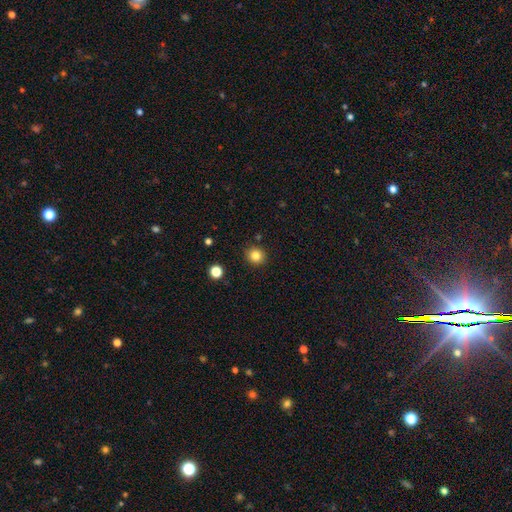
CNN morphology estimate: Overall: smooth (83%). How rounded: round (88%). Merging: none (90%).